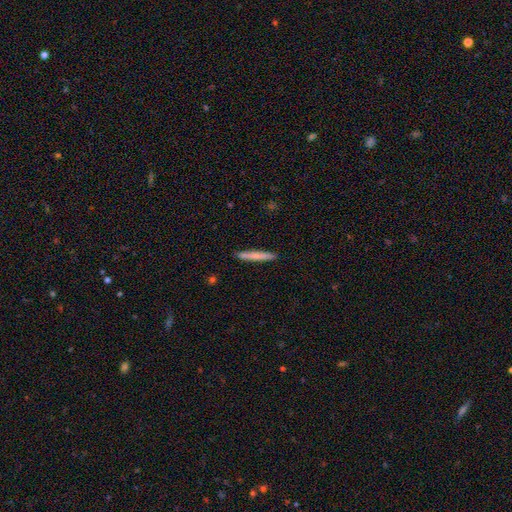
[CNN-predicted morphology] Smooth or featured?
  - smooth: 71% *
  - featured or disk: 23%
  - star or artifact: 6%
How rounded?
  - cigar-shaped: 96% *
  - in between: 2%
  - round: 1%
Merging?
  - none: 91% *
  - minor disturbance: 6%
  - major disturbance: 1%
  - merger: 1%